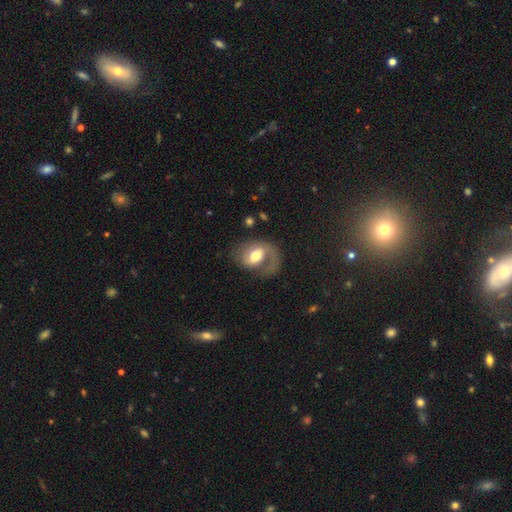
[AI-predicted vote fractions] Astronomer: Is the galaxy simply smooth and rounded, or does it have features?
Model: featured or disk — 65%.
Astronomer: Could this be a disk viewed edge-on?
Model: no — 96%.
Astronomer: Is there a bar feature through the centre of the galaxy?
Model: weak — 44% (runner-up: no, 34%).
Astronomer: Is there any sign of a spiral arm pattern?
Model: yes — 83%.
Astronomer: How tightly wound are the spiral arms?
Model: medium — 42% (runner-up: loose, 37%).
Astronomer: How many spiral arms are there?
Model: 1 — 51% (runner-up: 2, 41%).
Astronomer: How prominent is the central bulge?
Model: moderate — 63%.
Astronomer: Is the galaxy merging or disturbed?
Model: none — 44% (runner-up: major disturbance, 32%).